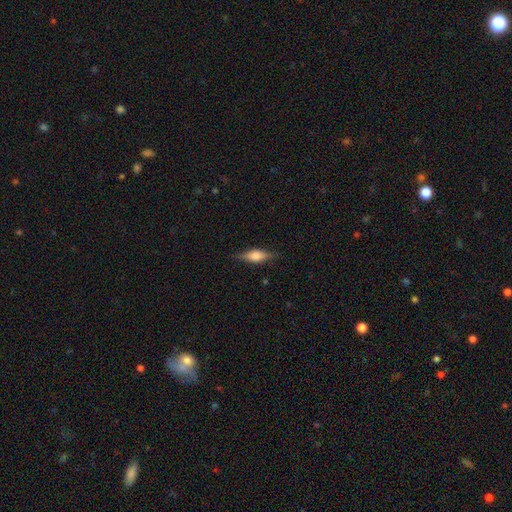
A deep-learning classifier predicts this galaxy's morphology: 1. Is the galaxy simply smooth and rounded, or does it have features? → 52% smooth, 41% featured or disk, 7% star or artifact.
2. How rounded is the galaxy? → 58% in between, 38% cigar-shaped, 4% round.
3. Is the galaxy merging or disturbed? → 82% none, 13% minor disturbance, 3% major disturbance, 1% merger.